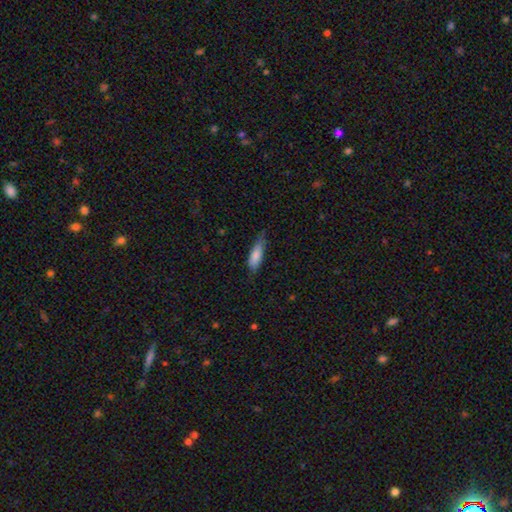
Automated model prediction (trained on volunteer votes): Q: Smooth or featured?
A: smooth (81%); runner-up: featured or disk (13%)
Q: How rounded?
A: in between (55%); runner-up: cigar-shaped (43%)
Q: Merging?
A: none (56%); runner-up: minor disturbance (35%)